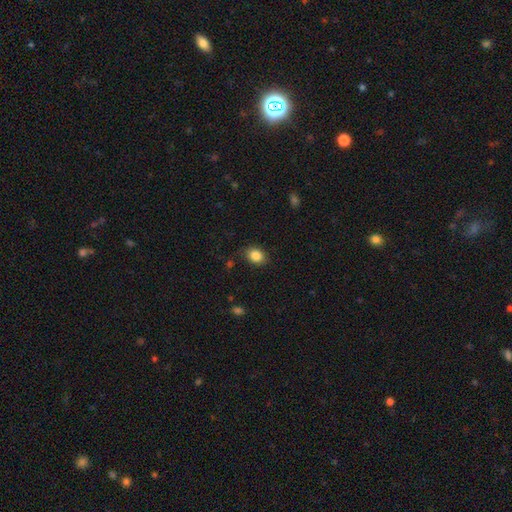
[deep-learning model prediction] smooth_or_featured: smooth (p=0.85) [alt: star or artifact p=0.09]
how_rounded: in between (p=0.63) [alt: round p=0.36]
merging: none (p=0.83) [alt: minor disturbance p=0.13]